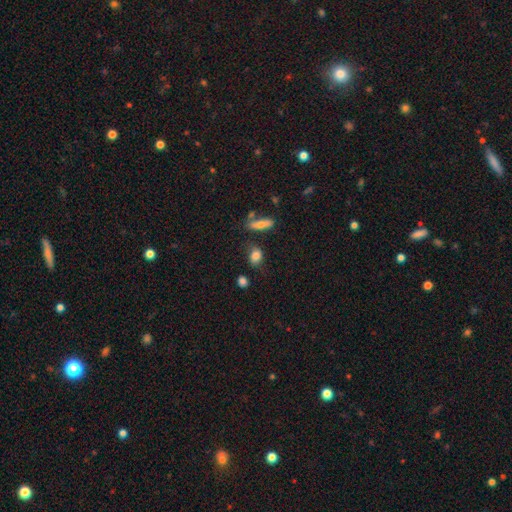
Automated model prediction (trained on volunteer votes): smooth-or-featured: smooth: 81% | featured or disk: 10% | star or artifact: 9%
  how-rounded: in between: 58% | round: 37% | cigar-shaped: 5%
  merging: none: 64% | minor disturbance: 21% | merger: 8% | major disturbance: 7%